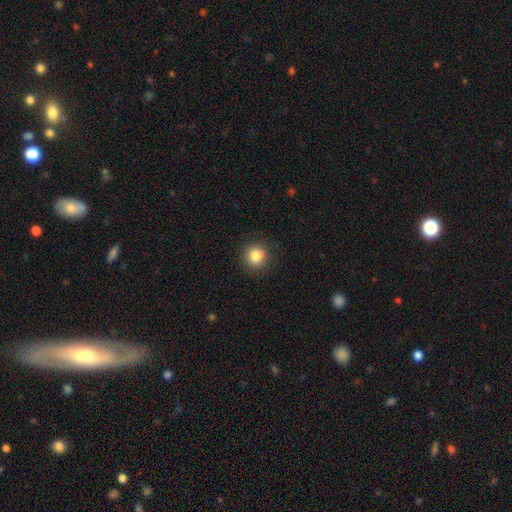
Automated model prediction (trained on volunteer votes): Smooth or featured?
  - smooth: 82% *
  - star or artifact: 11%
  - featured or disk: 7%
How rounded?
  - round: 90% *
  - in between: 9%
  - cigar-shaped: 1%
Merging?
  - none: 80% *
  - minor disturbance: 12%
  - merger: 5%
  - major disturbance: 3%